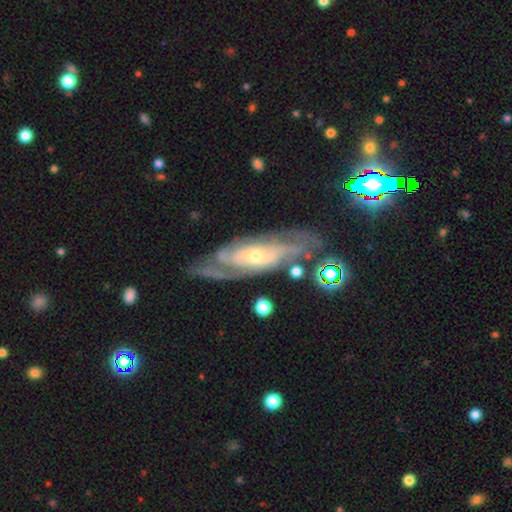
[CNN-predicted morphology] type=featured or disk (86%); edge-on=no (87%); bar=no (64%); spiral arms=yes (92%); winding=tight (59%); arm count=2 (40%); bulge=small (63%); merging=none (69%).